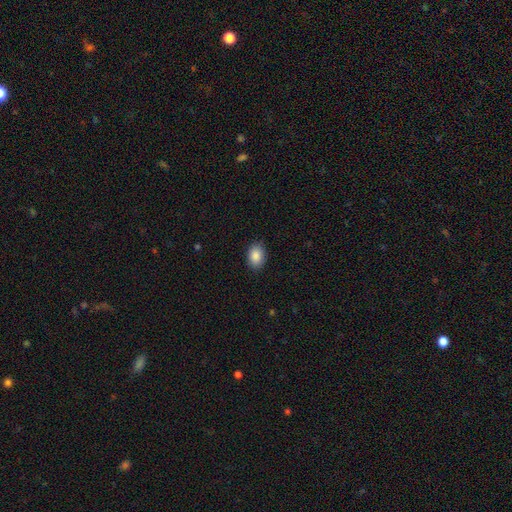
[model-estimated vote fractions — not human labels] A smooth galaxy with no disk features (88%) that is in between round and cigar-shaped (79%). Merging: none (87%).